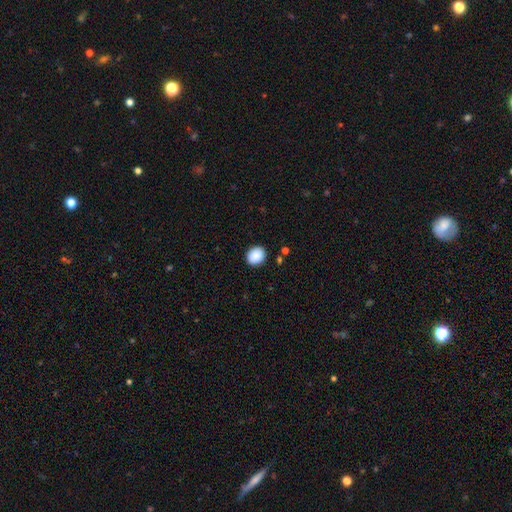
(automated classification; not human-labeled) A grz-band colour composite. It shows a smooth galaxy with no disk features (89%) that is round (56%). Merging: none (89%).